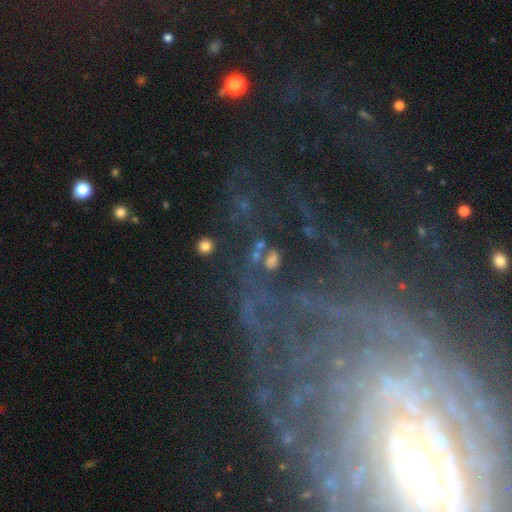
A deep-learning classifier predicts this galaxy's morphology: Smooth or featured? featured or disk (62%)
Edge-on disk? no (94%)
Bar? no (53%)
Spiral arms? yes (87%)
Spiral winding? tight (64%)
Spiral arm count? can't tell (29%)
Bulge size? small (61%)
Merging? none (67%)